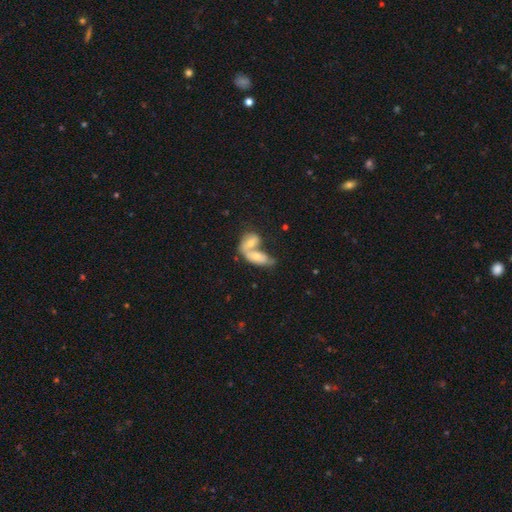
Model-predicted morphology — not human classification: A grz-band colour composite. It shows a smooth galaxy with no disk features (55%) that is in between round and cigar-shaped (84%). Merging: merger (76%).